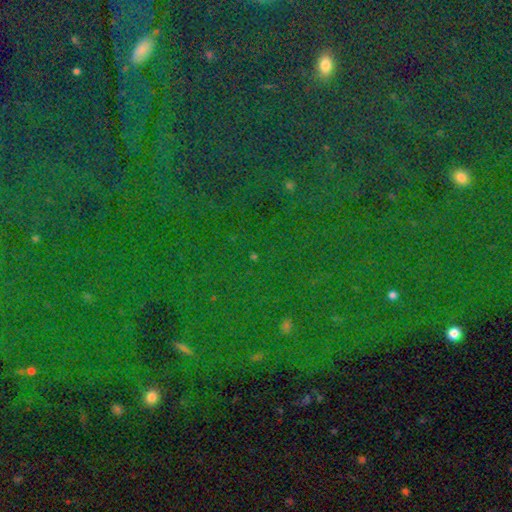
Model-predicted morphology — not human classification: Overall: star or artifact (82%).